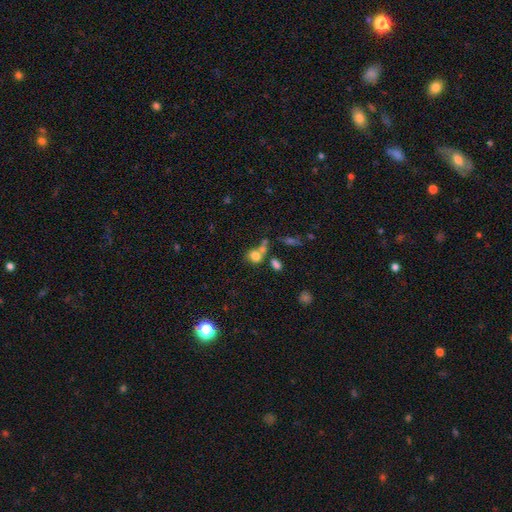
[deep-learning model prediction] Overall: smooth (74%). How rounded: round (57%; in between 41%). Merging: merger (41%; none 39%).